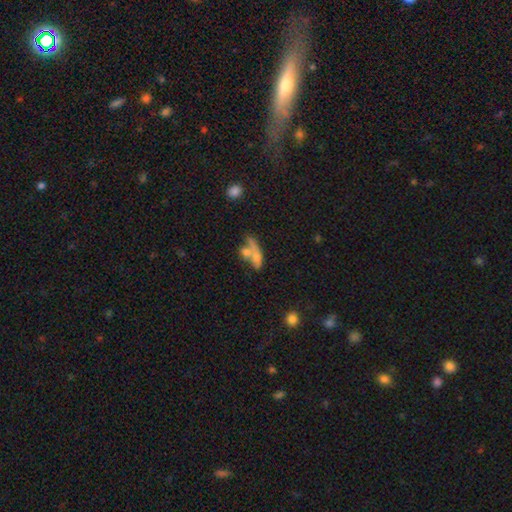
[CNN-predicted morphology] This appears to be a smooth galaxy with no disk features (58%) that is in between round and cigar-shaped (59%). Merging: merger (51%).